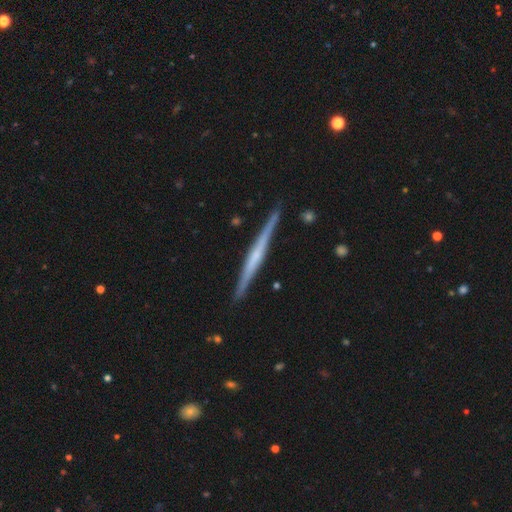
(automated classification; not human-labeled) smooth-or-featured: featured or disk: 73% | smooth: 22% | star or artifact: 5%
  disk-edge-on: yes: 98% | no: 2%
    edge-on-bulge: none: 47% | rounded: 37% | boxy: 16%
  merging: none: 90% | minor disturbance: 7% | merger: 2% | major disturbance: 1%